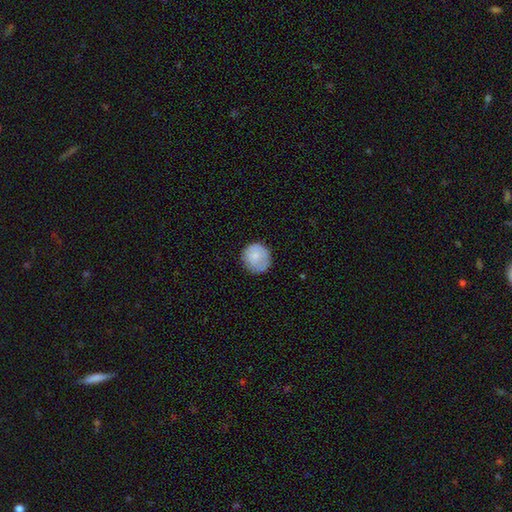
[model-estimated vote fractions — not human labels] A smooth galaxy with no disk features (81%) that is round (91%).

Vote fractions:
- Smooth or featured? smooth: 81% / featured or disk: 12% / star or artifact: 7%
- How rounded? round: 91% / in between: 8% / cigar-shaped: 1%
- Merging? none: 79% / minor disturbance: 16% / major disturbance: 4% / merger: 1%